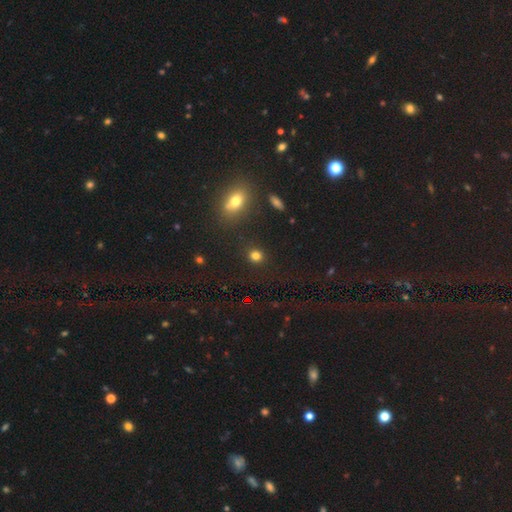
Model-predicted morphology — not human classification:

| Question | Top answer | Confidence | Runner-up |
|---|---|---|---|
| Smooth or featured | smooth | 79% | star or artifact (15%) |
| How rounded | round | 83% | in between (16%) |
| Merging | none | 87% | minor disturbance (7%) |